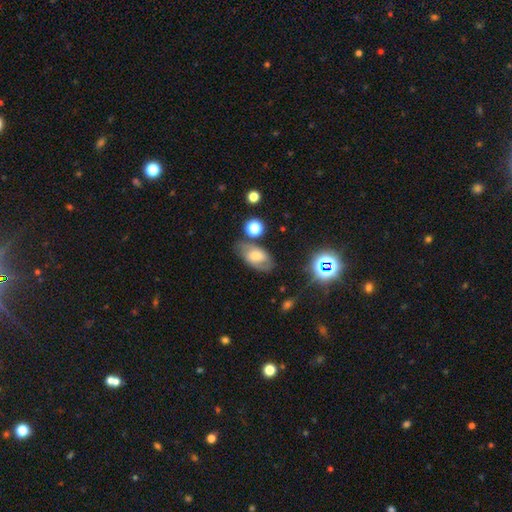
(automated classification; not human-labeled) This is marginally a smooth galaxy (44%). Merging: likely none (66%).